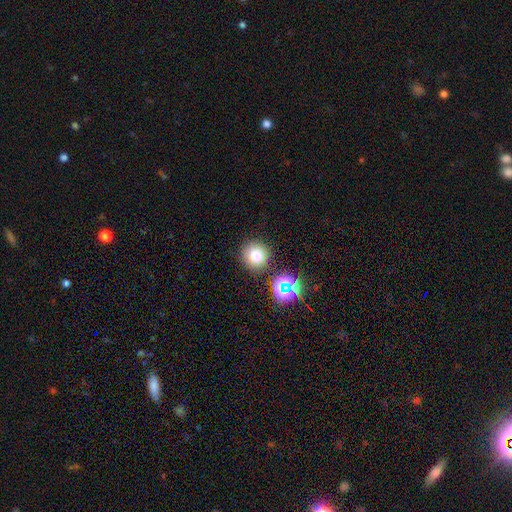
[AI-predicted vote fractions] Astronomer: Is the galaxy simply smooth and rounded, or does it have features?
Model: smooth — 75%.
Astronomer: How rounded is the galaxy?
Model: round — 93%.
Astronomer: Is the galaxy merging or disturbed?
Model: none — 85%.